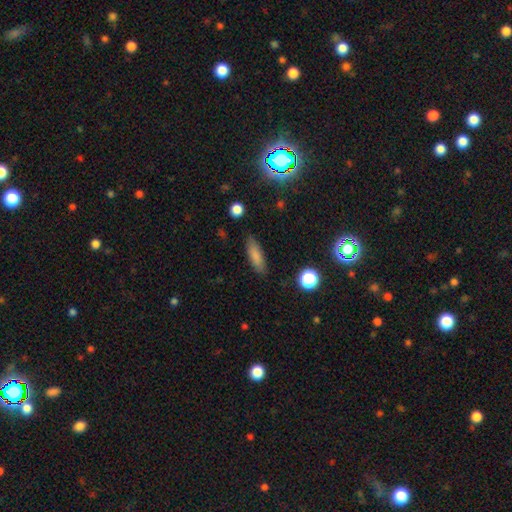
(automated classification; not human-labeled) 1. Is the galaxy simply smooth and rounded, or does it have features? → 82% smooth, 9% featured or disk, 9% star or artifact.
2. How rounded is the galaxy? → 51% in between, 46% cigar-shaped, 3% round.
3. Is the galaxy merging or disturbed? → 83% none, 13% minor disturbance, 3% major disturbance, 2% merger.